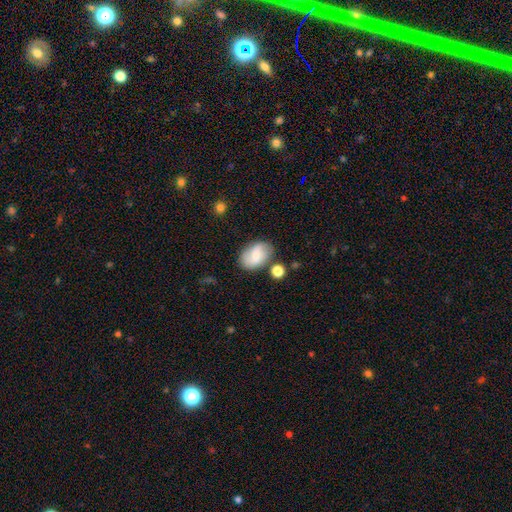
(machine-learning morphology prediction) Overall: smooth (64%; featured or disk 27%). How rounded: in between (83%). Merging: none (71%).